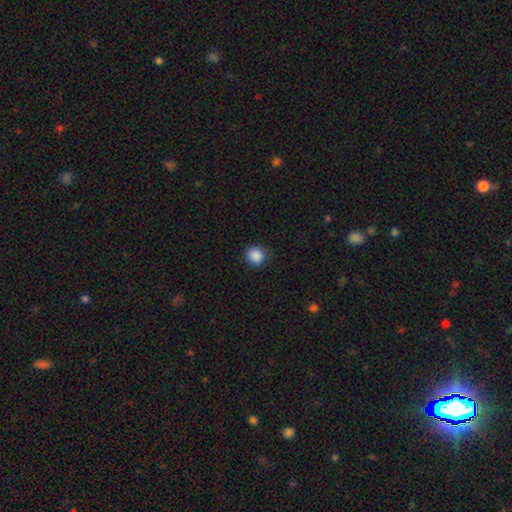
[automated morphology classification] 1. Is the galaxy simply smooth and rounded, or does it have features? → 88% smooth, 9% star or artifact, 3% featured or disk.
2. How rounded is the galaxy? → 89% round, 11% in between, 1% cigar-shaped.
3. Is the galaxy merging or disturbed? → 87% none, 9% minor disturbance, 2% major disturbance, 1% merger.